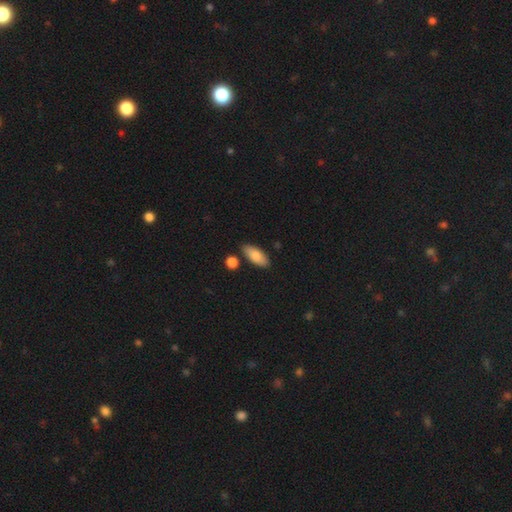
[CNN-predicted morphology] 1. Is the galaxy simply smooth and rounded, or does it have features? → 84% smooth, 10% featured or disk, 6% star or artifact.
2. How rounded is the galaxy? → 83% in between, 14% cigar-shaped, 2% round.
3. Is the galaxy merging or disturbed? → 80% none, 12% minor disturbance, 5% merger, 2% major disturbance.